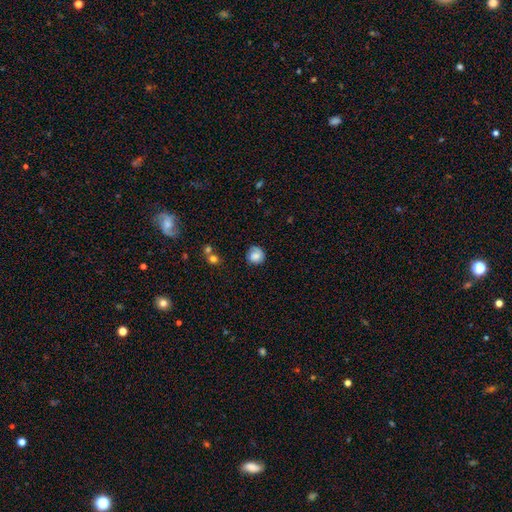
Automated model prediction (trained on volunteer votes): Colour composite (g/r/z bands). It shows a smooth galaxy with no disk features (71%) that is round (84%). Merging: none (68%).